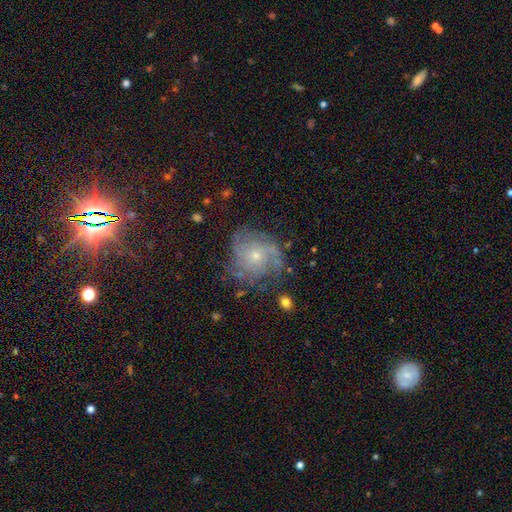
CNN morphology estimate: Smooth or featured: featured or disk — 73% (smooth — 17%)
Edge-on disk: no — 97% (yes — 3%)
Bar: no — 81% (weak — 16%)
Spiral arms: yes — 89% (no — 11%)
Spiral winding: tight — 46% (medium — 36%)
Spiral arm count: can't tell — 39% (3 — 16%)
Bulge size: small — 71% (moderate — 25%)
Merging: none — 67% (minor disturbance — 19%)